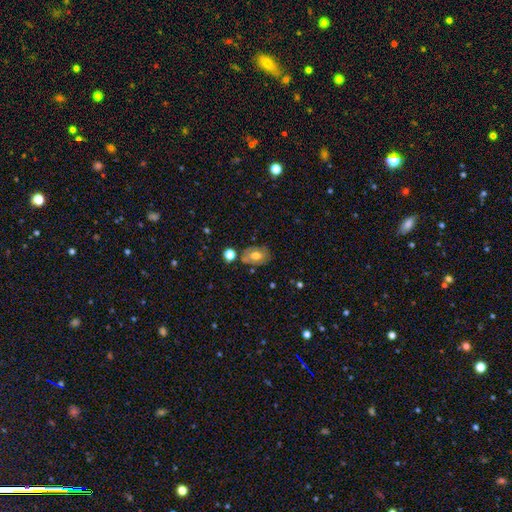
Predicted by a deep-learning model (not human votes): smooth 60%, featured or disk 30%, star or artifact 10%. Down the decision tree: how rounded — in between (72%); merging — none (67%).